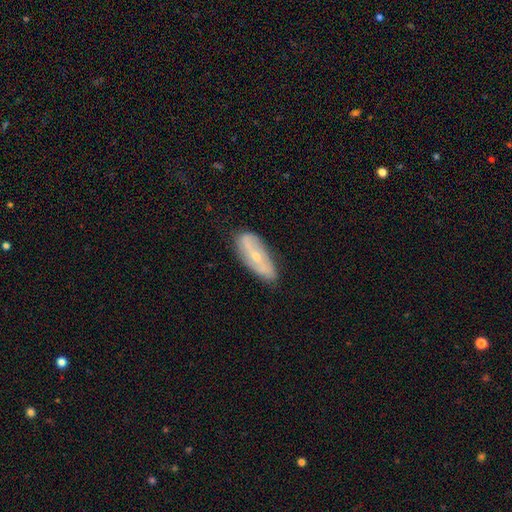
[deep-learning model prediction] This appears to be a featured or disk galaxy (68%) with a strong bar (36%), spiral arms (70%) and a small central bulge (63%). Merging: none (79%).